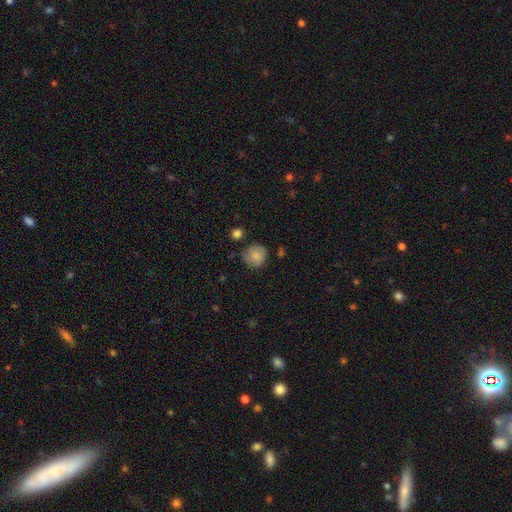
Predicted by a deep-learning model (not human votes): Overall: smooth (76%). How rounded: round (89%). Merging: none (72%).